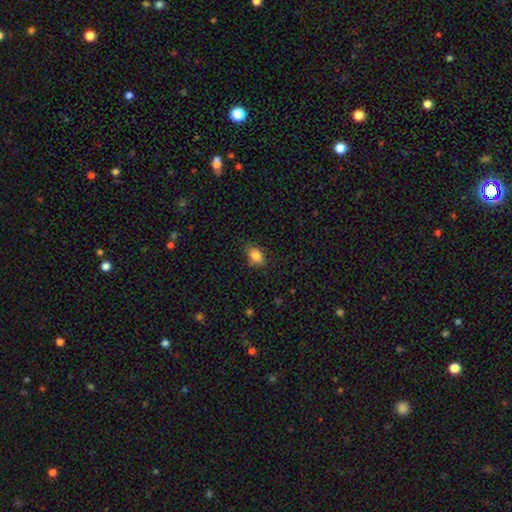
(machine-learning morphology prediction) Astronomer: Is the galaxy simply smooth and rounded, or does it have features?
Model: smooth — 84%.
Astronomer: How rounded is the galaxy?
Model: in between — 78%.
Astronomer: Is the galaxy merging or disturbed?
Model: none — 78%.